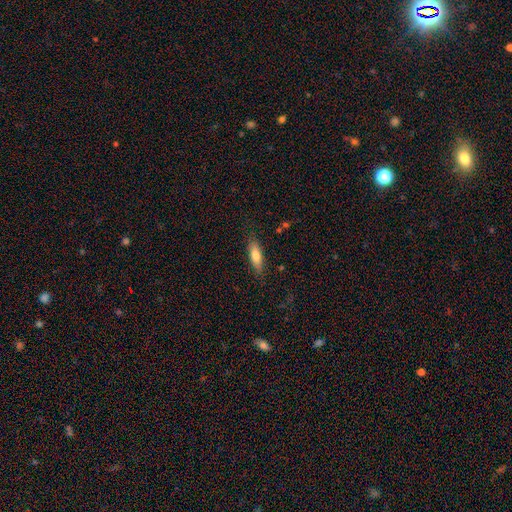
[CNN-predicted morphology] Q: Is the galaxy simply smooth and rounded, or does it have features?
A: smooth — 75%.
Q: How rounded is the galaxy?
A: in between — 52%.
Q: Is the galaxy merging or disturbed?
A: none — 83%.